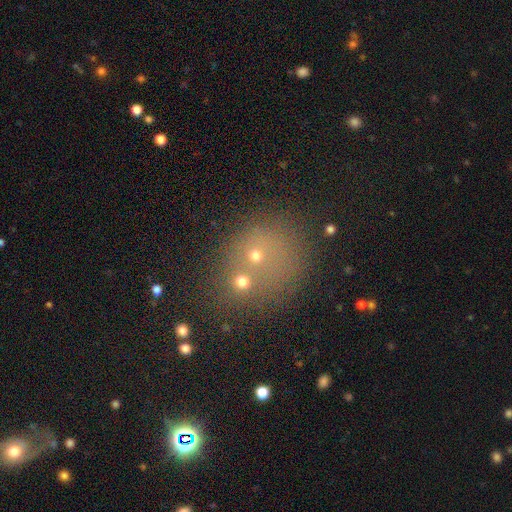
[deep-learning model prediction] Smooth or featured?
  - smooth: 47% *
  - star or artifact: 38%
  - featured or disk: 16%
Merging?
  - none: 50% *
  - merger: 36%
  - minor disturbance: 9%
  - major disturbance: 5%